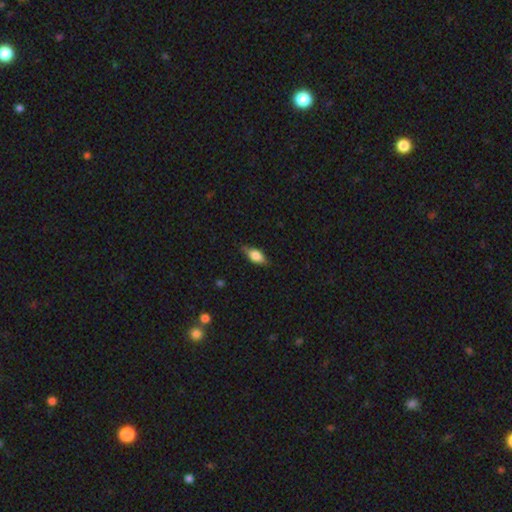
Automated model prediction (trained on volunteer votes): A smooth galaxy with no disk features (62%) that is in between round and cigar-shaped (78%). Merging: none (77%).